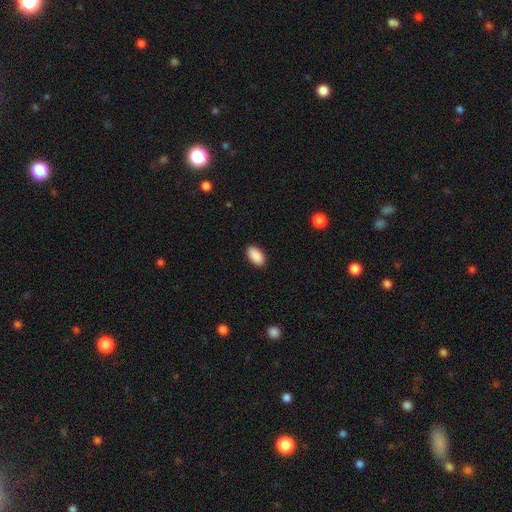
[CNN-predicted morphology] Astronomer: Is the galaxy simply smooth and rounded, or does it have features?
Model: smooth — 90%.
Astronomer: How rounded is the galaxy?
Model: in between — 95%.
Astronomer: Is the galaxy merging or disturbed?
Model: none — 90%.